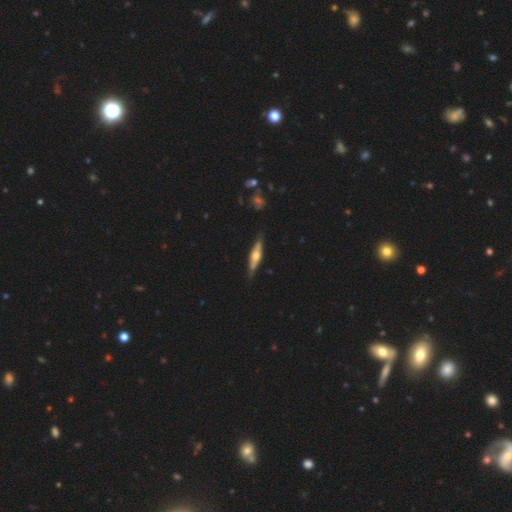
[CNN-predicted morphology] smooth-or-featured: featured or disk: 64% | smooth: 31% | star or artifact: 5%
  disk-edge-on: yes: 92% | no: 8%
    edge-on-bulge: rounded: 90% | boxy: 6% | none: 4%
  merging: none: 84% | minor disturbance: 12% | major disturbance: 2% | merger: 1%